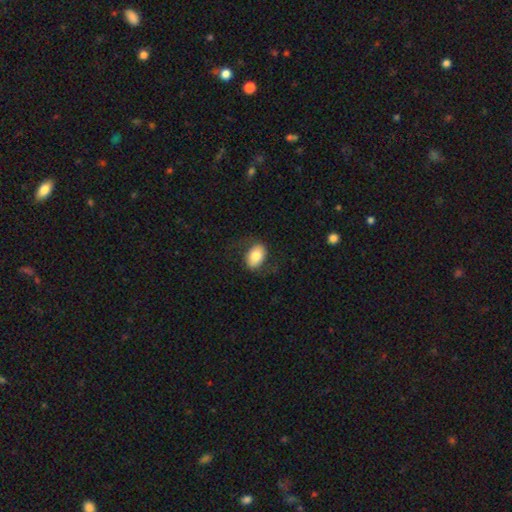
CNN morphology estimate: Smooth or featured?
  - smooth: 76% *
  - featured or disk: 18%
  - star or artifact: 7%
How rounded?
  - in between: 86% *
  - round: 13%
  - cigar-shaped: 1%
Merging?
  - none: 75% *
  - minor disturbance: 15%
  - major disturbance: 9%
  - merger: 1%